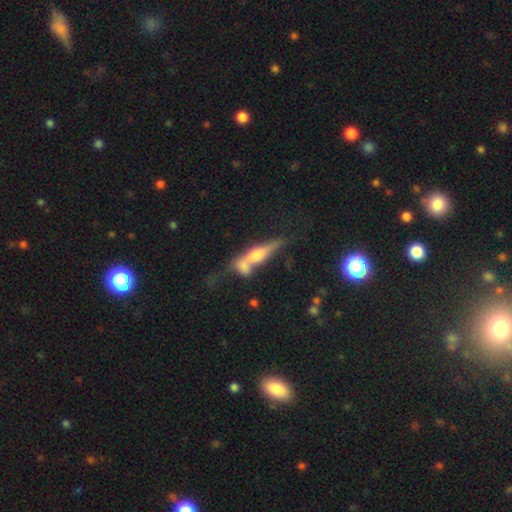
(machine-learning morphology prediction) type=featured or disk (54%); edge-on=yes (82%); merging=merger (47%).